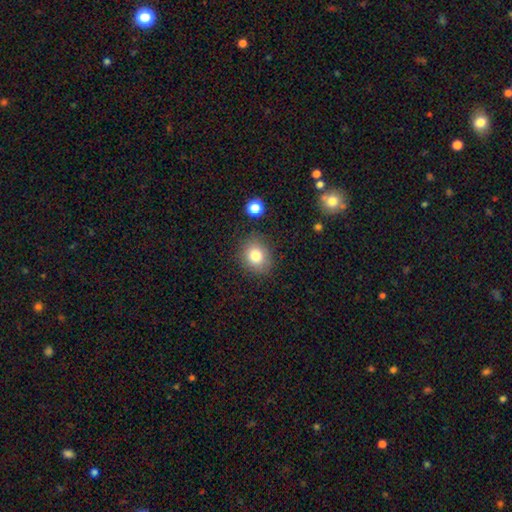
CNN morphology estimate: Smooth or featured?
  - smooth: 81% *
  - star or artifact: 11%
  - featured or disk: 9%
How rounded?
  - round: 64% *
  - in between: 35%
  - cigar-shaped: 1%
Merging?
  - none: 82% *
  - minor disturbance: 12%
  - major disturbance: 3%
  - merger: 3%